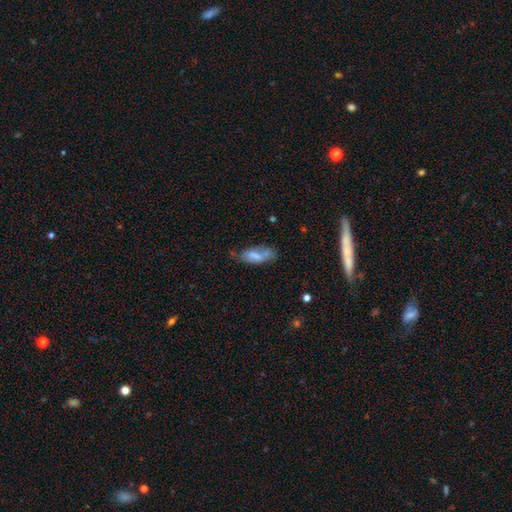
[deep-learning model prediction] The model was most divided on "merging": none: 48%, minor disturbance: 29%, merger: 12%, major disturbance: 11%. More confident: how rounded — in between (80%); smooth or featured — smooth (65%).